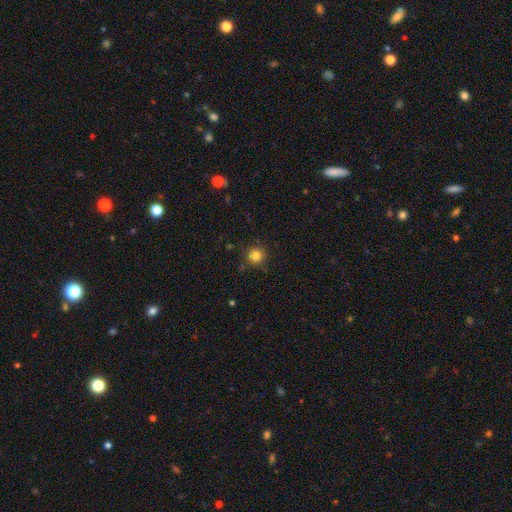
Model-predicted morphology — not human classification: Smooth or featured? Predicted: smooth (p=0.83). How rounded? Predicted: round (p=0.95). Merging? Predicted: none (p=0.88).